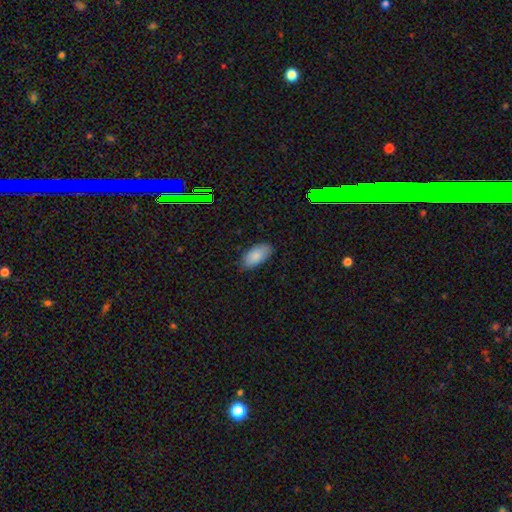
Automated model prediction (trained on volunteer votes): This appears to be a smooth galaxy with no disk features (86%) that is in between round and cigar-shaped (94%). Merging: none (79%).